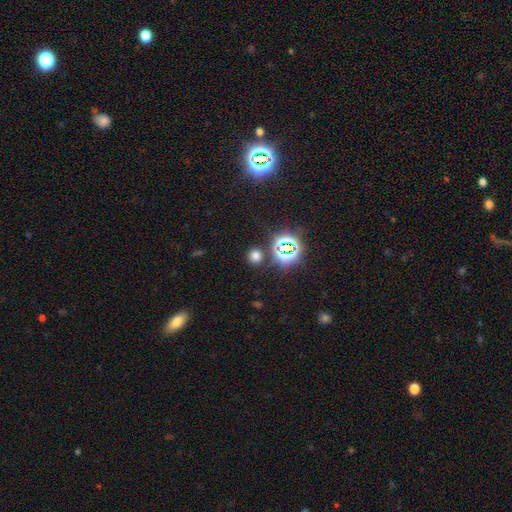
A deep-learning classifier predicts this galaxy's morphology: This is likely a smooth galaxy (64%). How rounded: clearly round (84%). Merging: clearly none (85%).